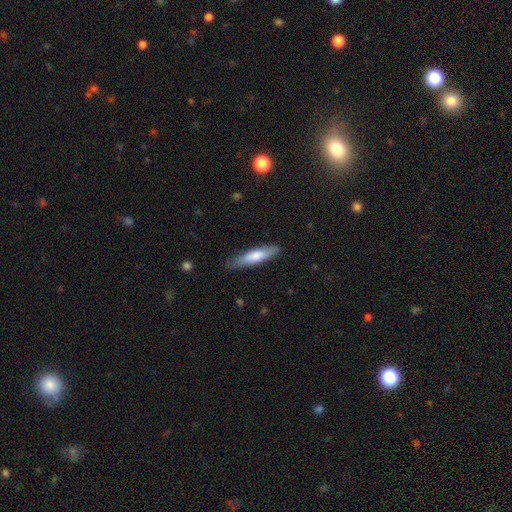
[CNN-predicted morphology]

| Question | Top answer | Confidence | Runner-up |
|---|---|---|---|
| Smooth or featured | smooth | 69% | featured or disk (25%) |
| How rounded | cigar-shaped | 79% | in between (20%) |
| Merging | none | 82% | minor disturbance (14%) |